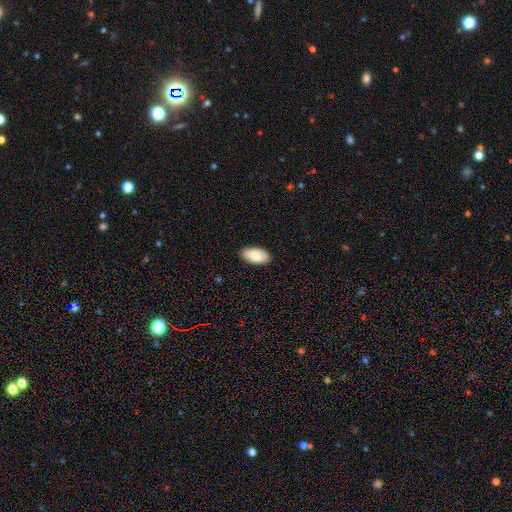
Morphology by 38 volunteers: smooth 87%, featured or disk 13%, star or artifact 0%. Down the decision tree: how rounded — in between (97%); merging — none (92%).